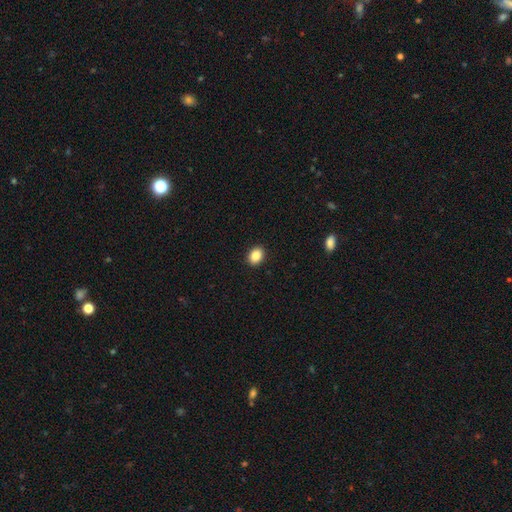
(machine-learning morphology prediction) Overall: smooth (89%). How rounded: in between (64%; round 35%). Merging: none (91%).